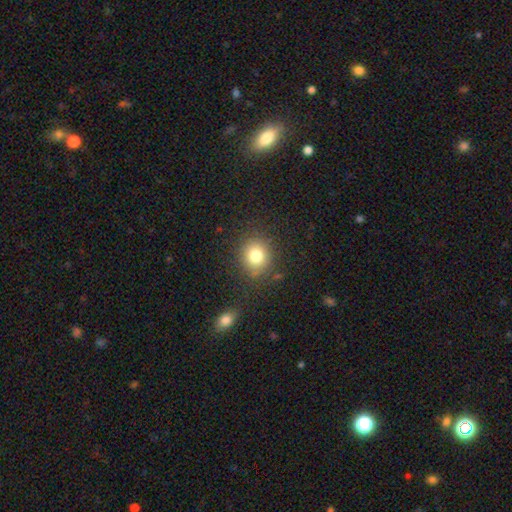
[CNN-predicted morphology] Smooth or featured: smooth — 79% (star or artifact — 12%)
How rounded: round — 78% (in between — 21%)
Merging: none — 84% (minor disturbance — 10%)